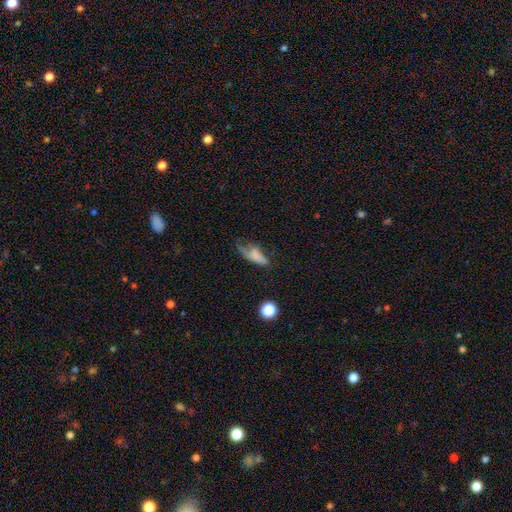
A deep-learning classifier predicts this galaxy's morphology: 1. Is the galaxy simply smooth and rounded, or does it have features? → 62% smooth, 25% featured or disk, 13% star or artifact.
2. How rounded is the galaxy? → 66% in between, 28% cigar-shaped, 5% round.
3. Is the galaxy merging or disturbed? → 37% major disturbance, 29% minor disturbance, 28% none, 6% merger.